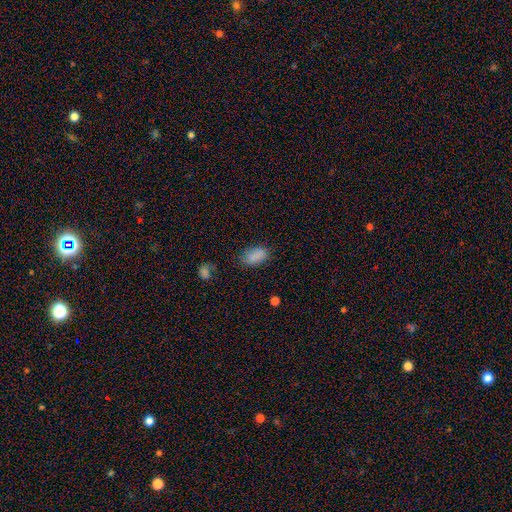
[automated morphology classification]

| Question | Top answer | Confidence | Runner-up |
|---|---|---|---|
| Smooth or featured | smooth | 86% | star or artifact (9%) |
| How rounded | in between | 92% | round (6%) |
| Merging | none | 76% | minor disturbance (17%) |